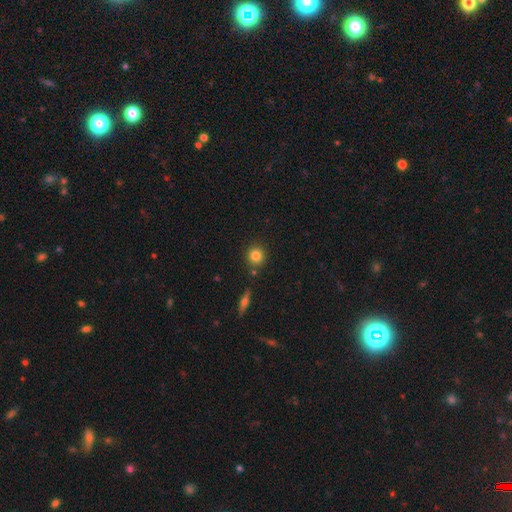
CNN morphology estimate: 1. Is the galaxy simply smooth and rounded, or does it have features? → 83% smooth, 10% star or artifact, 8% featured or disk.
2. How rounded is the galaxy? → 91% round, 8% in between, 1% cigar-shaped.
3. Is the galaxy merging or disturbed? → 84% none, 7% minor disturbance, 7% merger, 2% major disturbance.